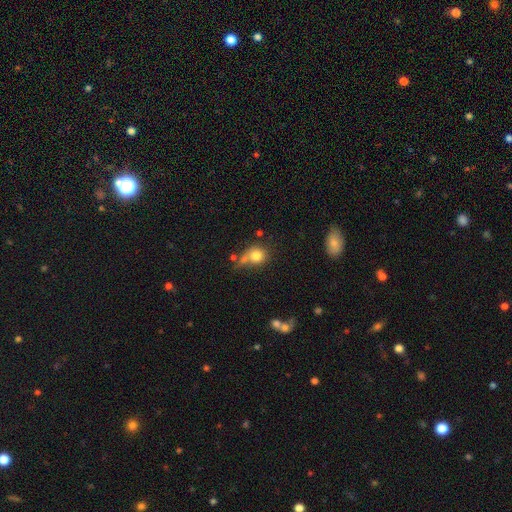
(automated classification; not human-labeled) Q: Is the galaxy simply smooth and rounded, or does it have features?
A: smooth — 80%.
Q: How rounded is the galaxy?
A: round — 79%.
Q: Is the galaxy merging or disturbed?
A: none — 48%.